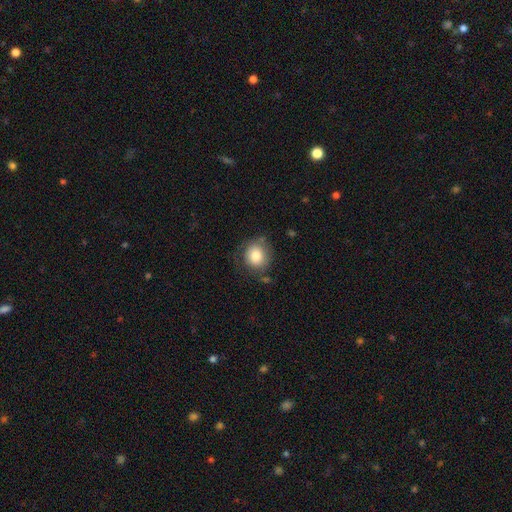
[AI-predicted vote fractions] A smooth galaxy with no disk features (81%) that is round (84%). Merging: none (70%).